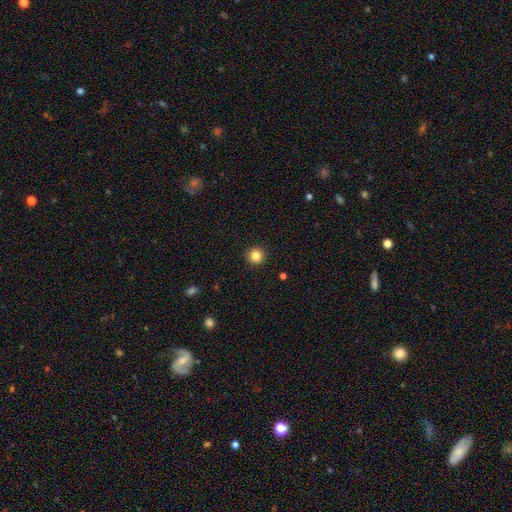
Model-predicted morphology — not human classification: Overall: smooth (84%). How rounded: round (96%). Merging: none (93%).